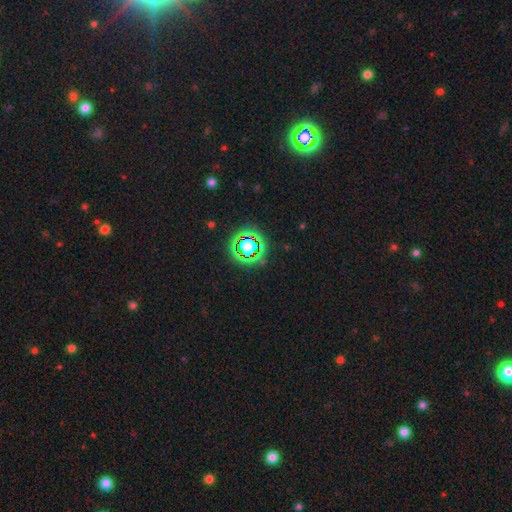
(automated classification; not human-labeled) smooth-or-featured: star or artifact: 75% | smooth: 17% | featured or disk: 8%